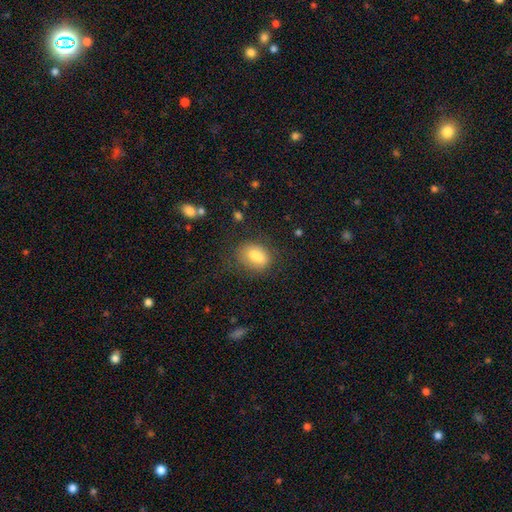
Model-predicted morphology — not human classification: Smooth or featured: smooth — 77% (featured or disk — 14%)
How rounded: in between — 76% (round — 22%)
Merging: none — 70% (minor disturbance — 19%)